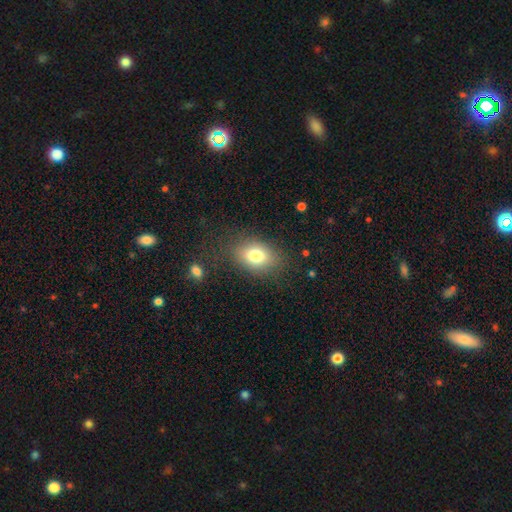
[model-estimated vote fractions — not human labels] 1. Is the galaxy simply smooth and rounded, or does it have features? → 77% smooth, 12% featured or disk, 10% star or artifact.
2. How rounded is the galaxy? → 78% in between, 20% round, 2% cigar-shaped.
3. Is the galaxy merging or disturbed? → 79% none, 13% minor disturbance, 6% major disturbance, 2% merger.